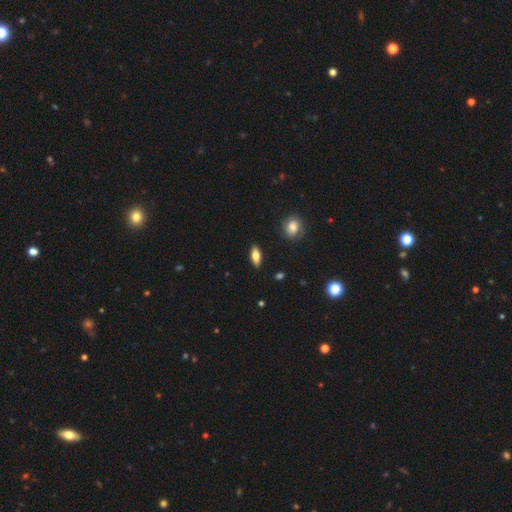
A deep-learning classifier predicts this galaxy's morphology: Smooth or featured? smooth (74%)
How rounded? in between (78%)
Merging? none (88%)